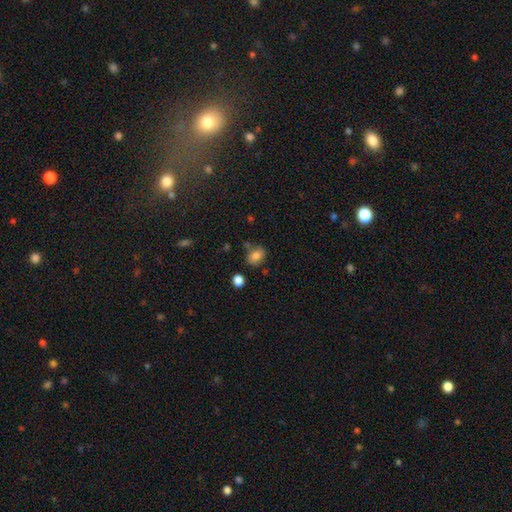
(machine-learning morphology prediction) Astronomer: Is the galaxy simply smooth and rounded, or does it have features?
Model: smooth — 82%.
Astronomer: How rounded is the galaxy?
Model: in between — 66%.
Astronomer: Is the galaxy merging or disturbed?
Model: none — 70%.